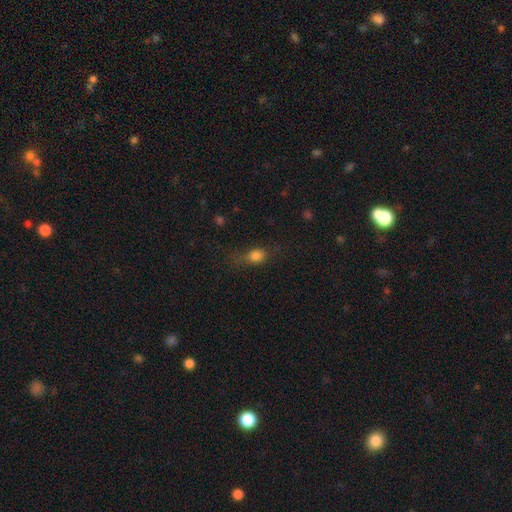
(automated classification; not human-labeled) Smooth or featured? Predicted: smooth (p=0.76). How rounded? Predicted: in between (p=0.56). Merging? Predicted: none (p=0.49).